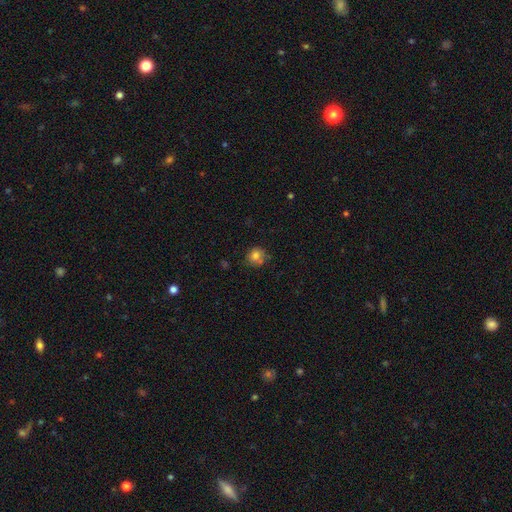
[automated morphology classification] Smooth or featured: smooth — 80% (star or artifact — 11%)
How rounded: round — 80% (in between — 20%)
Merging: none — 65% (minor disturbance — 21%)